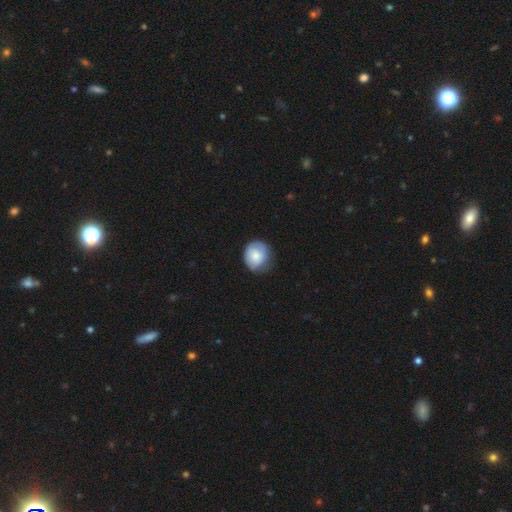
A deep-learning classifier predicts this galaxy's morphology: Smooth or featured?
  - smooth: 75% *
  - featured or disk: 18%
  - star or artifact: 7%
How rounded?
  - round: 74% *
  - in between: 26%
  - cigar-shaped: 1%
Merging?
  - none: 66% *
  - minor disturbance: 27%
  - major disturbance: 6%
  - merger: 1%